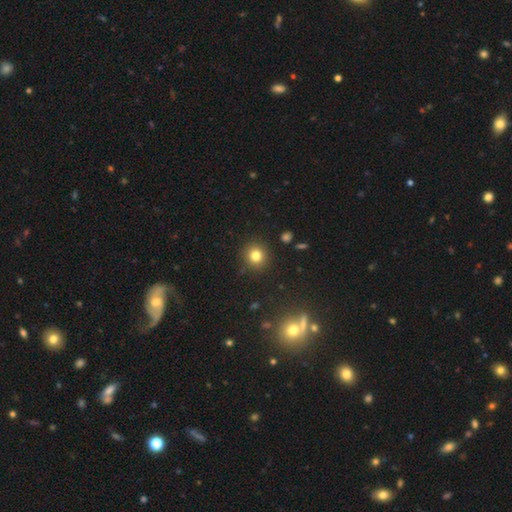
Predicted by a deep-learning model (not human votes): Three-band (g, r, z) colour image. It shows a smooth galaxy with no disk features (81%) that is round (89%). Merging: none (89%).